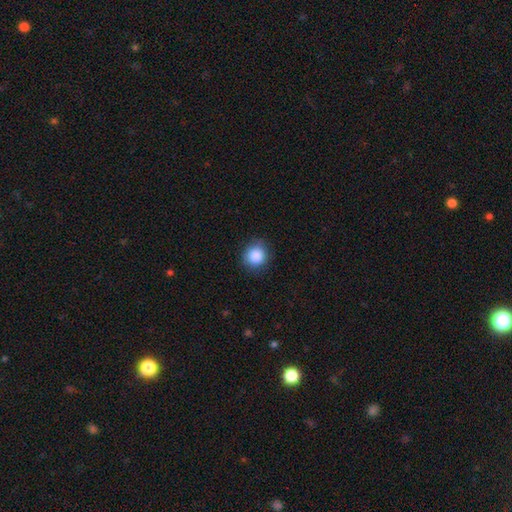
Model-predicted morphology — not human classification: The model was most divided on "merging": none: 84%, minor disturbance: 12%, major disturbance: 3%, merger: 1%. More confident: smooth or featured — smooth (88%); how rounded — round (88%).